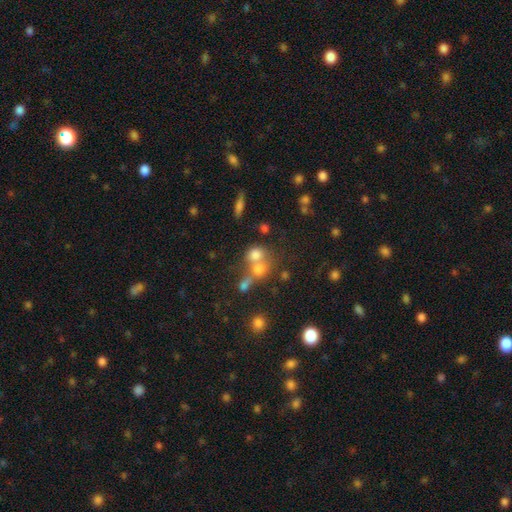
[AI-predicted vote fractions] Smooth or featured: smooth — 70% (star or artifact — 16%)
How rounded: round — 70% (in between — 28%)
Merging: merger — 51% (none — 35%)